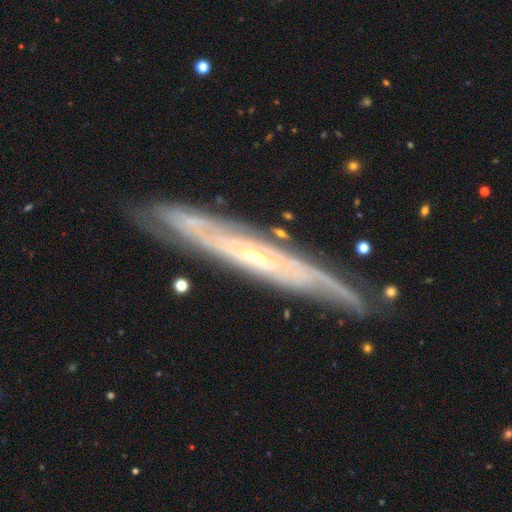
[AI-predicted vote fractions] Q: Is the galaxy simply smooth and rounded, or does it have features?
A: featured or disk — 83%.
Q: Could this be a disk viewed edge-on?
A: yes — 55%.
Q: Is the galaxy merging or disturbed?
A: none — 79%.